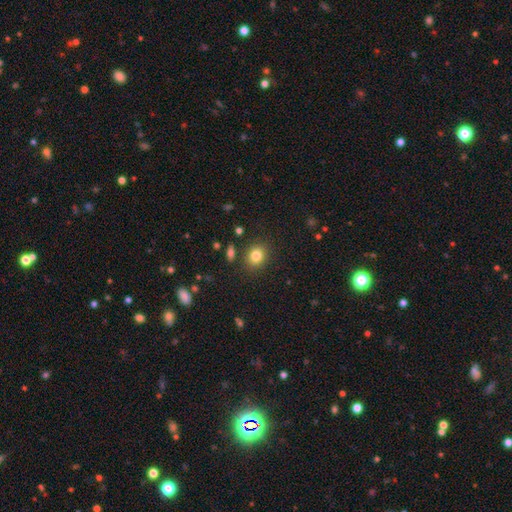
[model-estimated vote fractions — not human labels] Smooth or featured: smooth — 82% (star or artifact — 11%)
How rounded: round — 62% (in between — 37%)
Merging: none — 85% (minor disturbance — 9%)